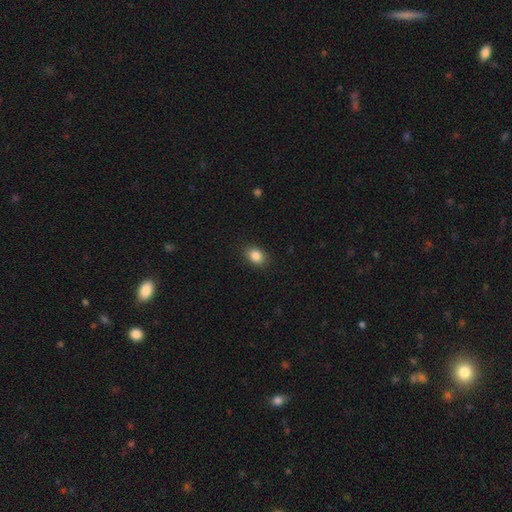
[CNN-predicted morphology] A smooth galaxy with no disk features (86%) that is in between round and cigar-shaped (71%).

Vote fractions:
- Smooth or featured? smooth: 86% / star or artifact: 9% / featured or disk: 5%
- How rounded? in between: 71% / round: 28% / cigar-shaped: 1%
- Merging? none: 87% / minor disturbance: 10% / major disturbance: 2% / merger: 1%